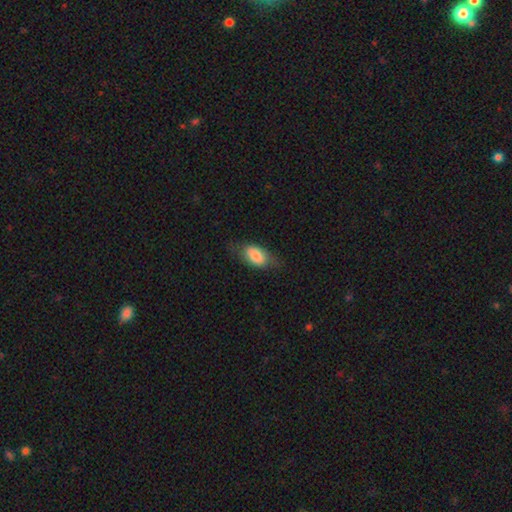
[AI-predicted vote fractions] Smooth or featured: smooth — 78% (featured or disk — 15%)
How rounded: in between — 88% (round — 6%)
Merging: none — 65% (minor disturbance — 24%)